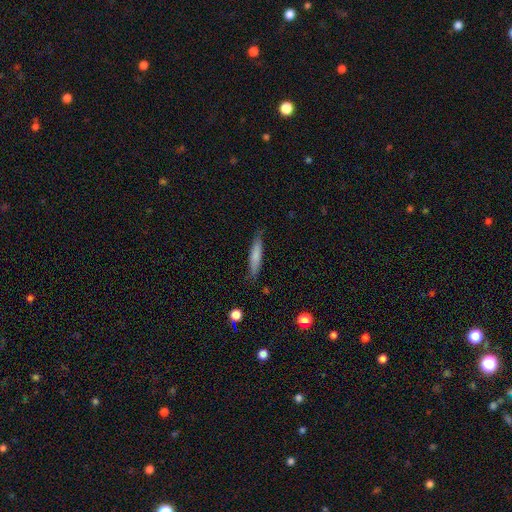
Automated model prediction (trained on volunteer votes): smooth-or-featured: smooth: 76% | featured or disk: 18% | star or artifact: 6%
  how-rounded: cigar-shaped: 86% | in between: 13% | round: 1%
  merging: none: 82% | minor disturbance: 14% | major disturbance: 3% | merger: 2%